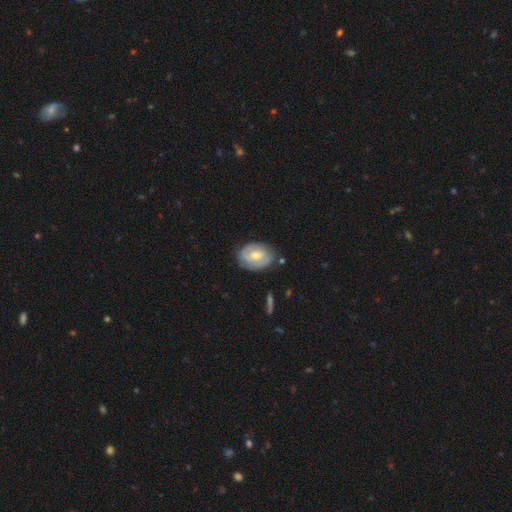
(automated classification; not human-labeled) smooth_or_featured: featured or disk (p=0.56) [alt: smooth p=0.38]
disk_edge_on: no (p=0.95) [alt: yes p=0.05]
bar: no (p=0.51) [alt: weak p=0.39]
has_spiral_arms: yes (p=0.67) [alt: no p=0.33]
bulge_size: moderate (p=0.56) [alt: small p=0.38]
merging: none (p=0.73) [alt: minor disturbance p=0.20]